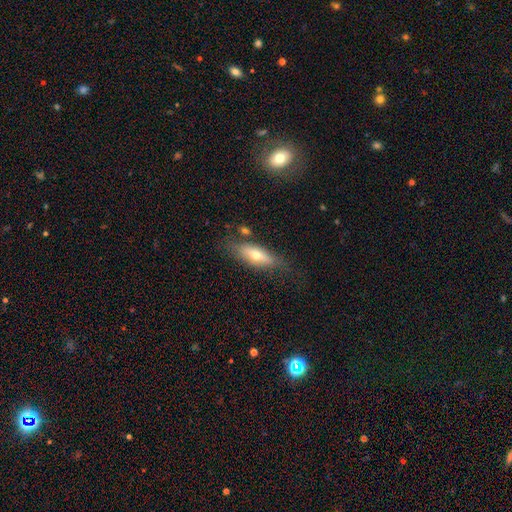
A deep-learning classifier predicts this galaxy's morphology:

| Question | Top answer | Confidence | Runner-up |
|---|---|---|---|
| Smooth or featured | smooth | 56% | featured or disk (36%) |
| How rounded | in between | 62% | cigar-shaped (35%) |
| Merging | none | 70% | minor disturbance (19%) |